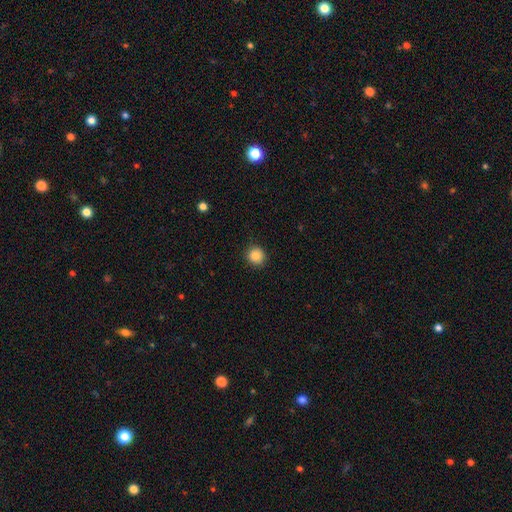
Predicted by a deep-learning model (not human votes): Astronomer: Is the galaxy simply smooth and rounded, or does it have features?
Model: smooth — 86%.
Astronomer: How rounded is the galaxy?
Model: round — 92%.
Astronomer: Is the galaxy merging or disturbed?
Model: none — 90%.